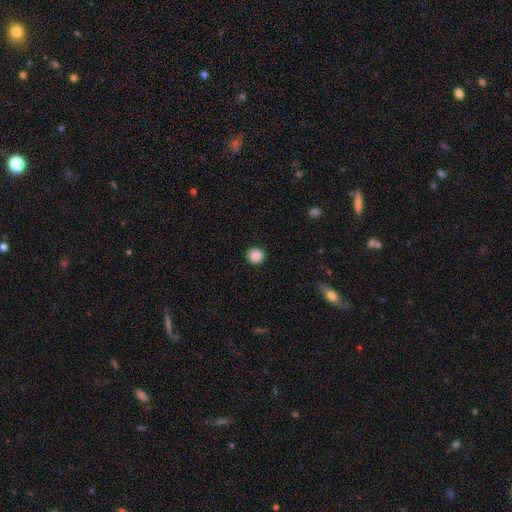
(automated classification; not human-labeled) smooth-or-featured: smooth: 88% | star or artifact: 9% | featured or disk: 3%
  how-rounded: round: 94% | in between: 6% | cigar-shaped: 1%
  merging: none: 91% | minor disturbance: 6% | major disturbance: 2% | merger: 1%